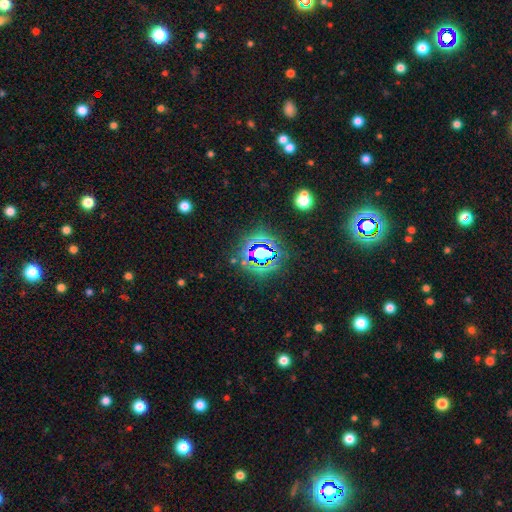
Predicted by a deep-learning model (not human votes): Smooth or featured? star or artifact (78%)